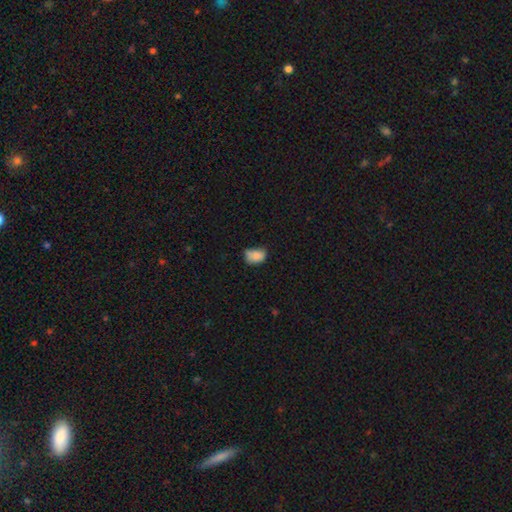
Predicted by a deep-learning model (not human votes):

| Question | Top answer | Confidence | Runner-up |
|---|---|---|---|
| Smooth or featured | smooth | 83% | star or artifact (9%) |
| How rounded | in between | 80% | round (18%) |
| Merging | none | 41% | minor disturbance (38%) |